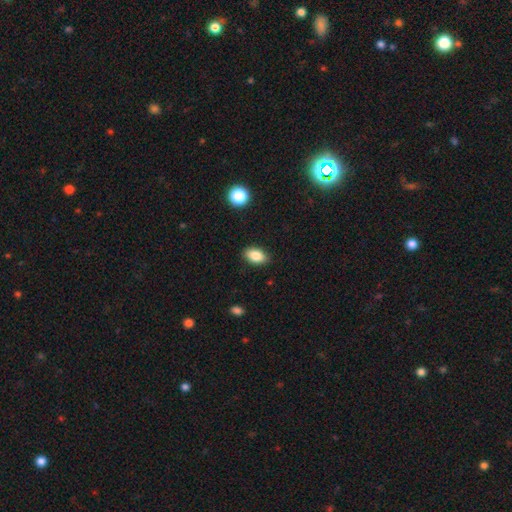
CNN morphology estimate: smooth-or-featured: smooth: 86% | star or artifact: 8% | featured or disk: 5%
  how-rounded: in between: 90% | round: 8% | cigar-shaped: 2%
  merging: none: 88% | minor disturbance: 9% | major disturbance: 2% | merger: 1%